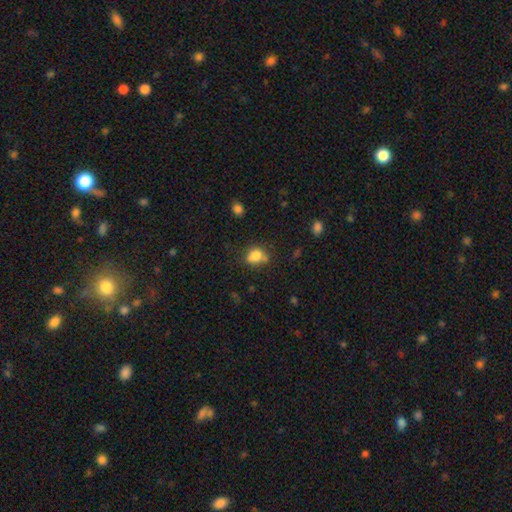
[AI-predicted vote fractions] smooth_or_featured: smooth (p=0.81) [alt: star or artifact p=0.11]
how_rounded: round (p=0.52) [alt: in between p=0.46]
merging: none (p=0.59) [alt: minor disturbance p=0.22]